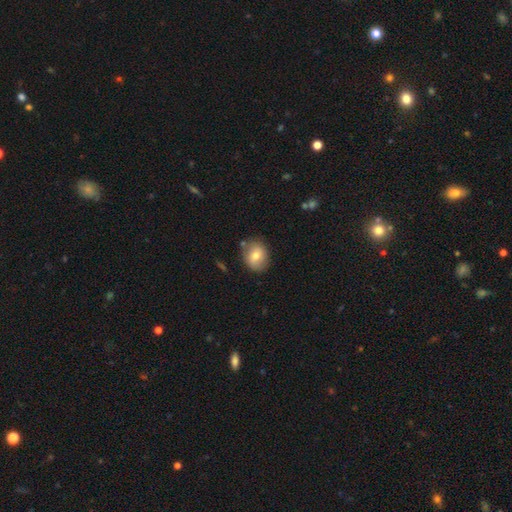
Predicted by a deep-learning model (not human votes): smooth 72%, featured or disk 20%, star or artifact 8%. Down the decision tree: how rounded — round (55%); merging — none (79%).